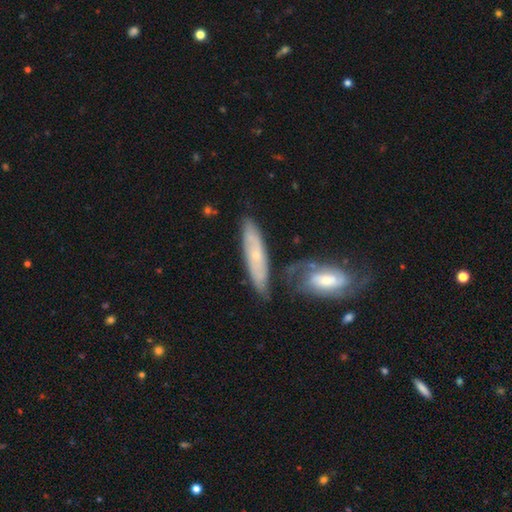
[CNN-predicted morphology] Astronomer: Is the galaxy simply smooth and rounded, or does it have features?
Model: featured or disk — 55% (runner-up: smooth, 38%).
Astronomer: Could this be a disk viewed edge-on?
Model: no — 66%.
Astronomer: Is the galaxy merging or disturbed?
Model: none — 59%.